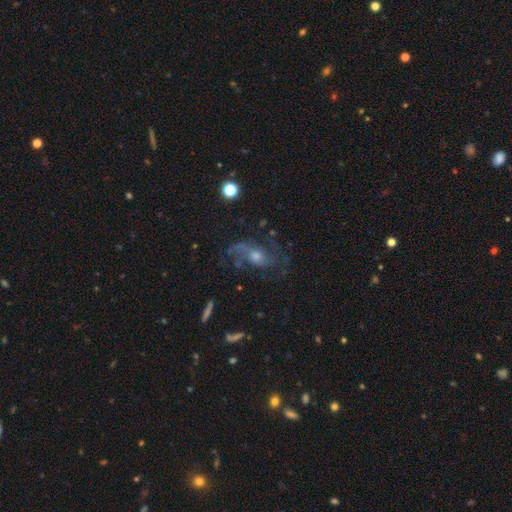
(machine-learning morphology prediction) A featured or disk galaxy (70%) with no bar (69%), 2 (52%) loose (51%) spiral arms (83%) and a moderate central bulge (56%). Merging: none (53%).